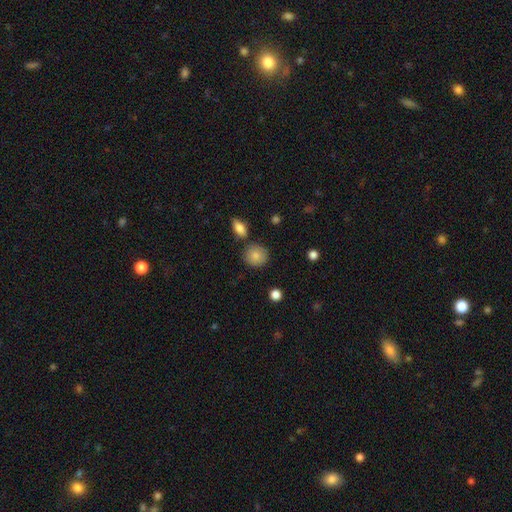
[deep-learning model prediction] smooth-or-featured: smooth: 84% | star or artifact: 9% | featured or disk: 7%
  how-rounded: round: 88% | in between: 11% | cigar-shaped: 1%
  merging: none: 82% | minor disturbance: 10% | merger: 6% | major disturbance: 3%